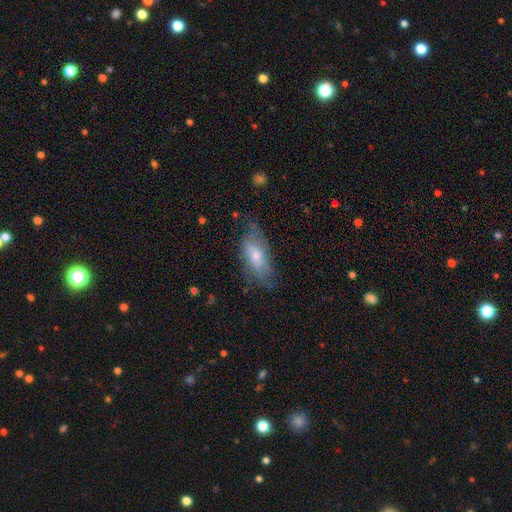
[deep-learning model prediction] Smooth or featured?
  - smooth: 51% *
  - featured or disk: 42%
  - star or artifact: 8%
How rounded?
  - in between: 77% *
  - cigar-shaped: 19%
  - round: 3%
Merging?
  - none: 60% *
  - minor disturbance: 27%
  - major disturbance: 11%
  - merger: 2%